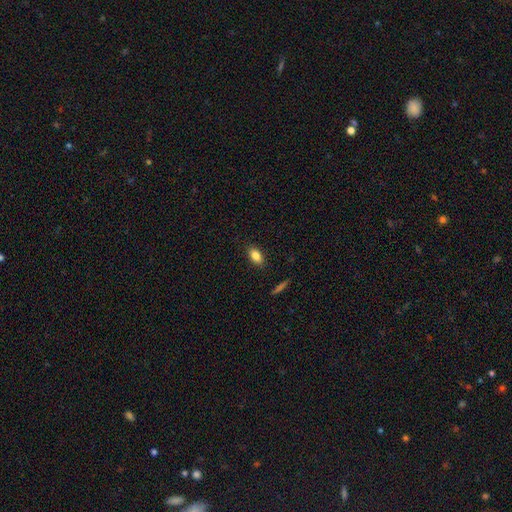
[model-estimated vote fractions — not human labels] Smooth or featured? Predicted: smooth (p=0.84). How rounded? Predicted: in between (p=0.88). Merging? Predicted: none (p=0.88).